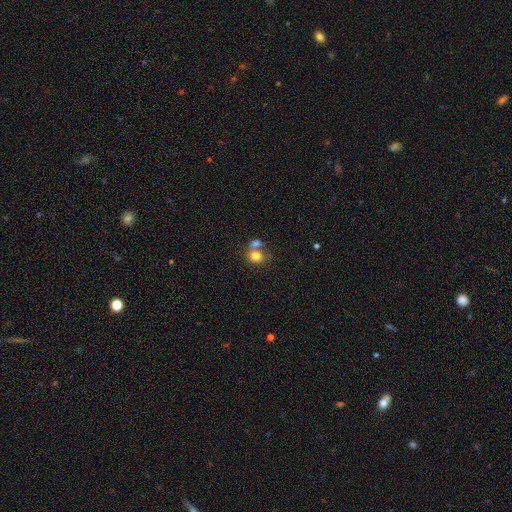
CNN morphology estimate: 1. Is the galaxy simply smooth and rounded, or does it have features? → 79% smooth, 11% featured or disk, 10% star or artifact.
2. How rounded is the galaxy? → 66% round, 33% in between, 1% cigar-shaped.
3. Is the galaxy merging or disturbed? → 48% merger, 39% none, 9% minor disturbance, 4% major disturbance.